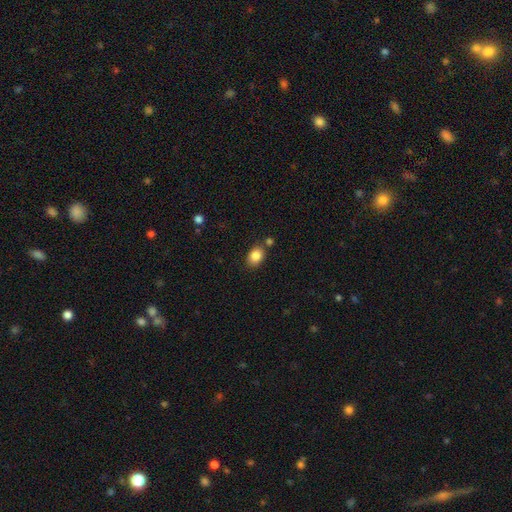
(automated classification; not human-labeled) Smooth or featured: smooth — 85% (star or artifact — 9%)
How rounded: in between — 72% (round — 27%)
Merging: none — 74% (minor disturbance — 13%)